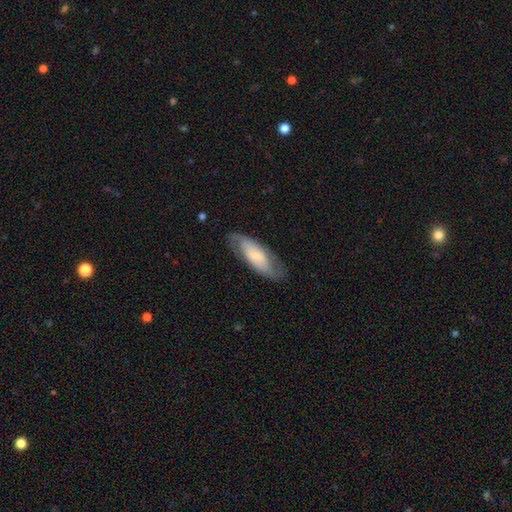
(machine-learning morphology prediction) Smooth or featured? Predicted: featured or disk (p=0.58). Edge-on disk? Predicted: no (p=0.85). Merging? Predicted: none (p=0.74).